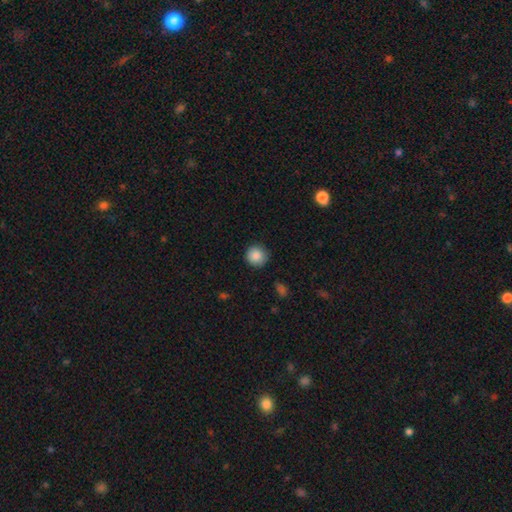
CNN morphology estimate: A smooth galaxy with no disk features (87%) that is round (93%). Merging: none (88%).